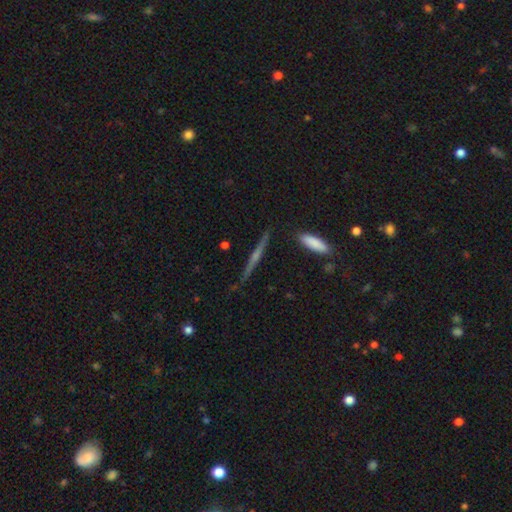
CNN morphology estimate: smooth_or_featured: featured or disk (p=0.67) [alt: smooth p=0.25]
disk_edge_on: yes (p=0.98) [alt: no p=0.02]
edge_on_bulge: rounded (p=0.55) [alt: none p=0.34]
merging: none (p=0.88) [alt: minor disturbance p=0.08]